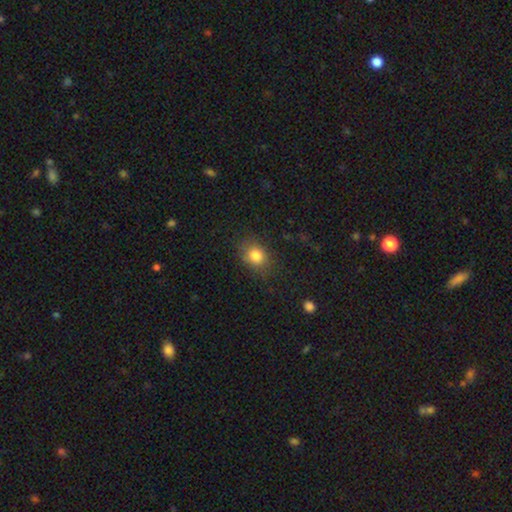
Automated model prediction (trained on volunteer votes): This is clearly a smooth galaxy (82%). How rounded: possibly round (51%). Merging: likely none (78%).